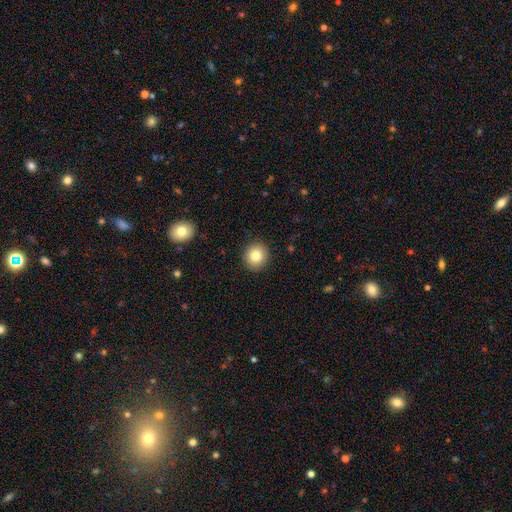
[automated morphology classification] type=smooth (82%); roundness=round (88%); merging=none (91%).